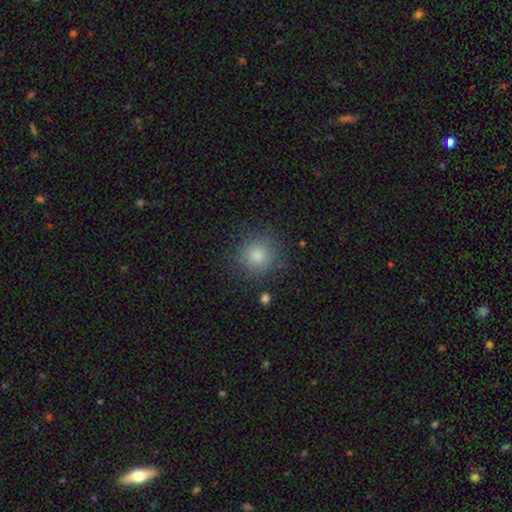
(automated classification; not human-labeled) The model was most divided on "smooth or featured": smooth: 80%, star or artifact: 14%, featured or disk: 6%. More confident: how rounded — round (92%); merging — none (87%).